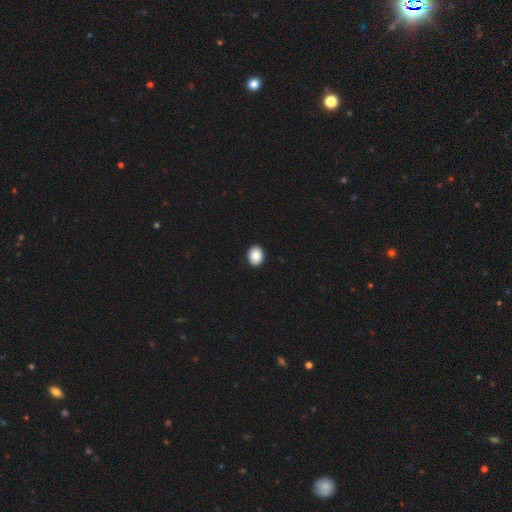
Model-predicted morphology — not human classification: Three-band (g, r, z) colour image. It shows a smooth galaxy with no disk features (89%) that is in between round and cigar-shaped (58%). Merging: none (93%).